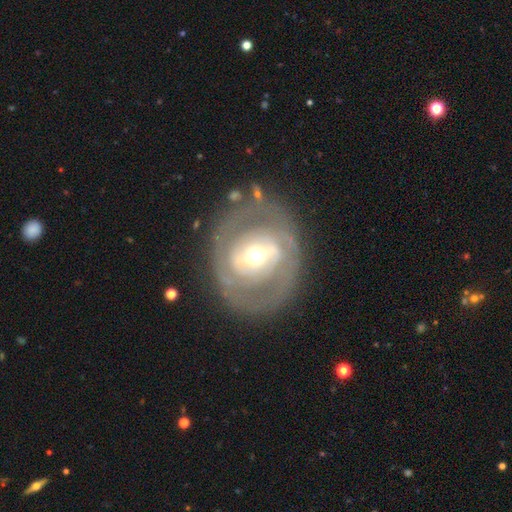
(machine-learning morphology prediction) Overall: featured or disk (75%). Edge-on disk: no (95%). Bar: weak (36%; strong 35%). Spiral arms: yes (54%; no 46%). Bulge size: moderate (64%; small 25%). Merging: none (76%).